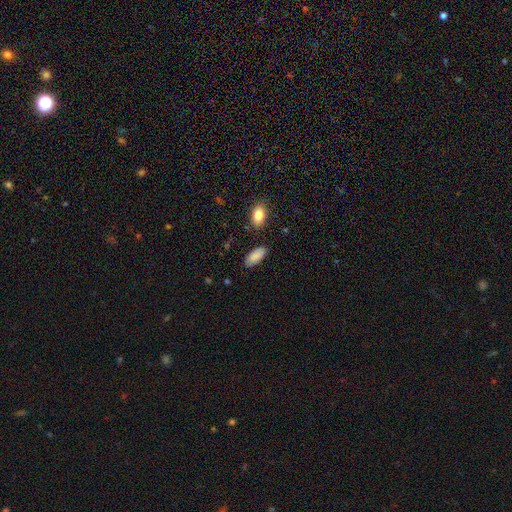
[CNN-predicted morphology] Overall: smooth (88%). How rounded: in between (90%). Merging: none (83%).